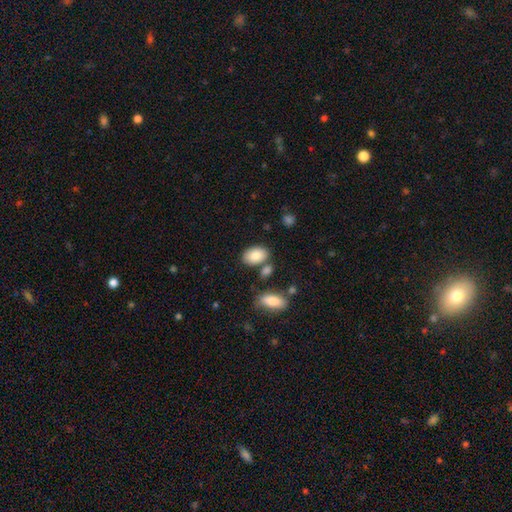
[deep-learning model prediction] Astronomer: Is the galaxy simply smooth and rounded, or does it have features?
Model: smooth — 85%.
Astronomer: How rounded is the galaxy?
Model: in between — 90%.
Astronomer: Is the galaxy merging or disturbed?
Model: none — 72%.